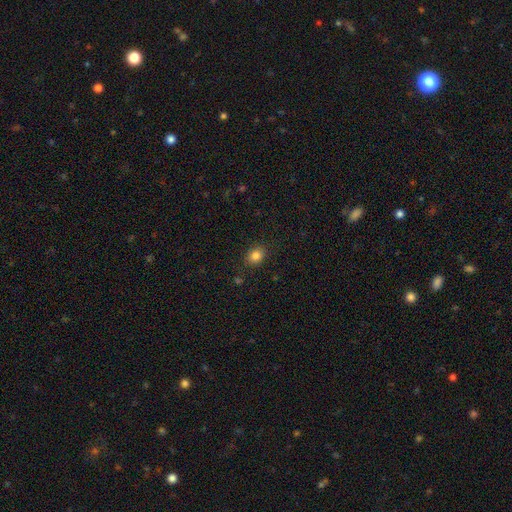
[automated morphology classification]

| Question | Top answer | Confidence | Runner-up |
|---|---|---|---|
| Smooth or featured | smooth | 84% | star or artifact (11%) |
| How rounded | in between | 50% | round (49%) |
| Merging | none | 86% | minor disturbance (9%) |